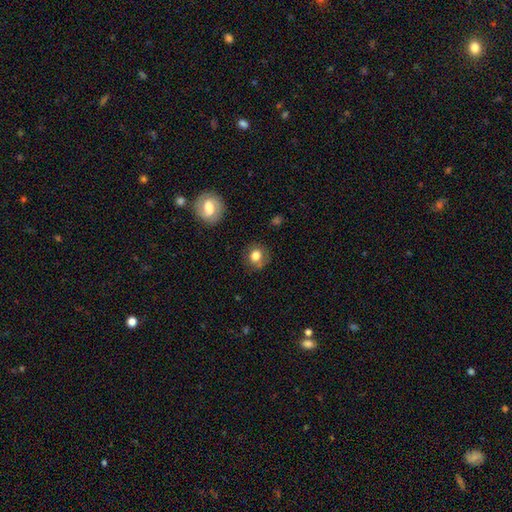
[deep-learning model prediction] A smooth galaxy with no disk features (78%) that is round (79%).

Vote fractions:
- Smooth or featured? smooth: 78% / featured or disk: 12% / star or artifact: 10%
- How rounded? round: 79% / in between: 20% / cigar-shaped: 1%
- Merging? none: 78% / minor disturbance: 15% / major disturbance: 5% / merger: 2%